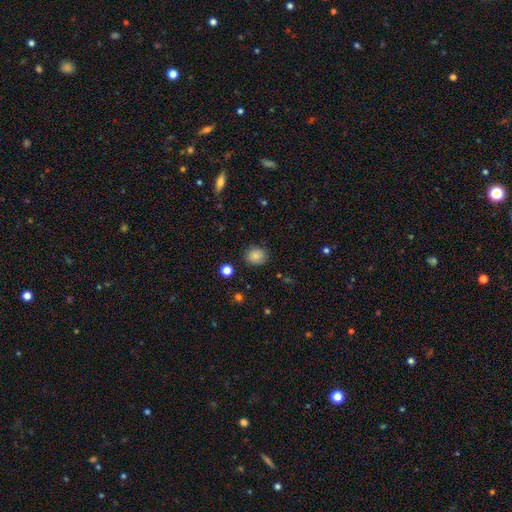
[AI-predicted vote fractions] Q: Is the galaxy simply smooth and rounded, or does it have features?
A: smooth — 84%.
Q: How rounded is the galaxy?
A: round — 72%.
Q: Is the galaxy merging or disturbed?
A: none — 85%.